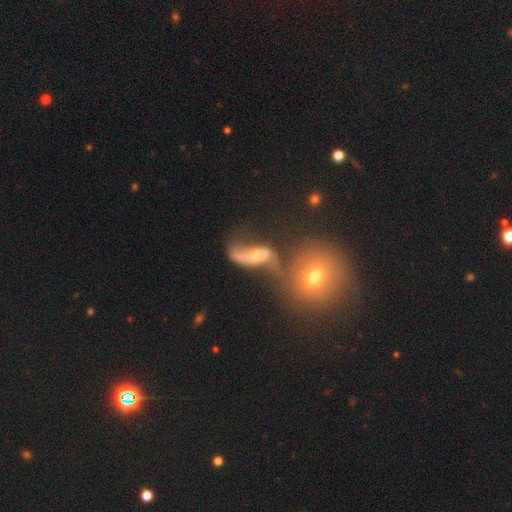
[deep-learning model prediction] smooth_or_featured: featured or disk (p=0.65) [alt: smooth p=0.24]
disk_edge_on: no (p=0.92) [alt: yes p=0.08]
bar: no (p=0.46) [alt: weak p=0.35]
has_spiral_arms: yes (p=0.80) [alt: no p=0.20]
bulge_size: moderate (p=0.46) [alt: small p=0.37]
merging: merger (p=0.34) [alt: none p=0.29]